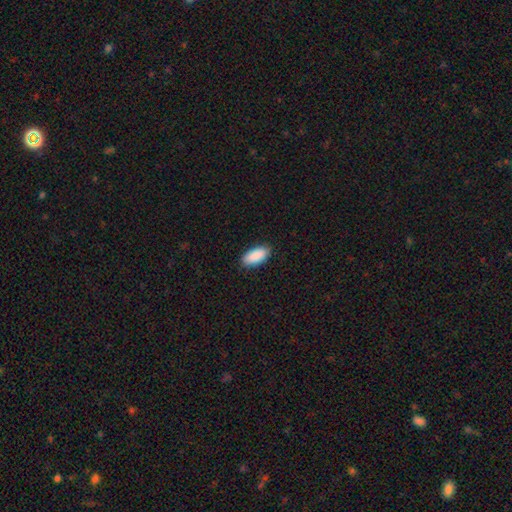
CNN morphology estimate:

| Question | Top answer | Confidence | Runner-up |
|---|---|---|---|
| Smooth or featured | smooth | 91% | star or artifact (6%) |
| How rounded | in between | 91% | cigar-shaped (8%) |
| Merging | none | 89% | minor disturbance (8%) |